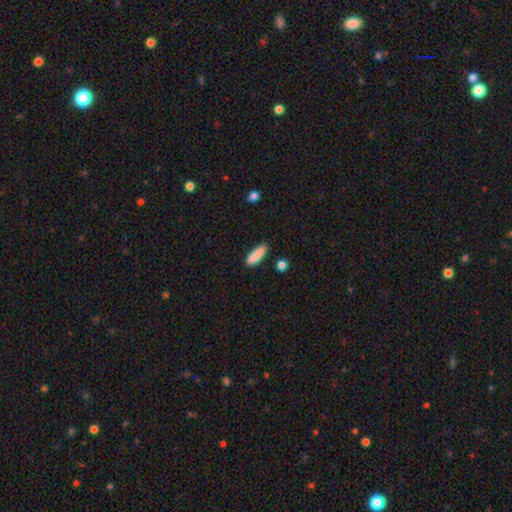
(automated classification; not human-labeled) A smooth galaxy with no disk features (87%) that is cigar-shaped (57%).

Vote fractions:
- Smooth or featured? smooth: 87% / star or artifact: 7% / featured or disk: 6%
- How rounded? cigar-shaped: 57% / in between: 41% / round: 2%
- Merging? none: 81% / minor disturbance: 13% / merger: 3% / major disturbance: 3%